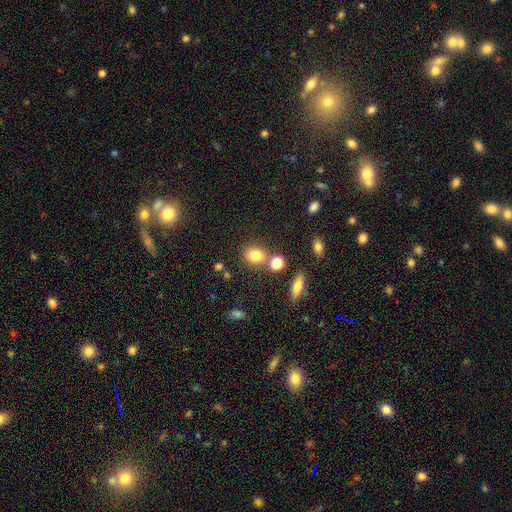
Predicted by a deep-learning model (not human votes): A smooth galaxy with no disk features (78%) that is round (51%).

Vote fractions:
- Smooth or featured? smooth: 78% / star or artifact: 14% / featured or disk: 8%
- How rounded? round: 51% / in between: 47% / cigar-shaped: 2%
- Merging? none: 66% / merger: 17% / minor disturbance: 12% / major disturbance: 5%